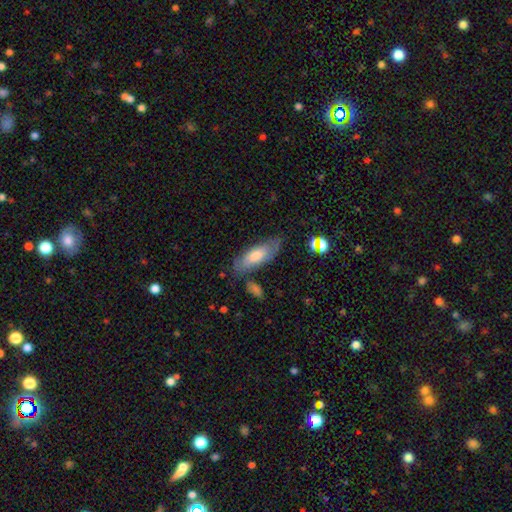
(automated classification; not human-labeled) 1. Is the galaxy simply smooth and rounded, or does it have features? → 62% smooth, 31% featured or disk, 7% star or artifact.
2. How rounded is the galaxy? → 70% in between, 28% cigar-shaped, 2% round.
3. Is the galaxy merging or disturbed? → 71% none, 19% minor disturbance, 5% merger, 5% major disturbance.